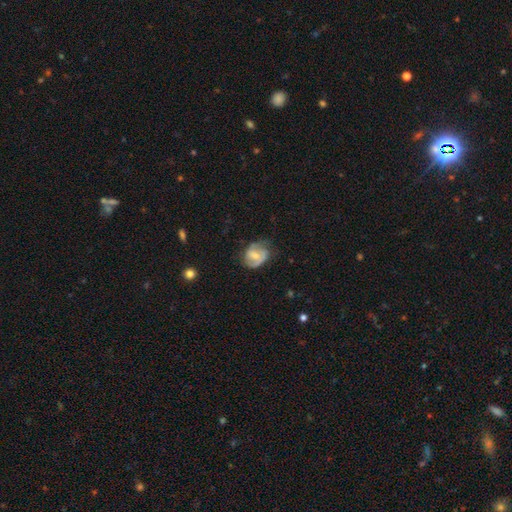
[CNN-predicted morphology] smooth_or_featured: featured or disk (p=0.55) [alt: smooth p=0.38]
disk_edge_on: no (p=0.97) [alt: yes p=0.03]
bar: no (p=0.44) [alt: weak p=0.43]
has_spiral_arms: yes (p=0.76) [alt: no p=0.24]
bulge_size: moderate (p=0.47) [alt: small p=0.42]
merging: none (p=0.52) [alt: minor disturbance p=0.31]